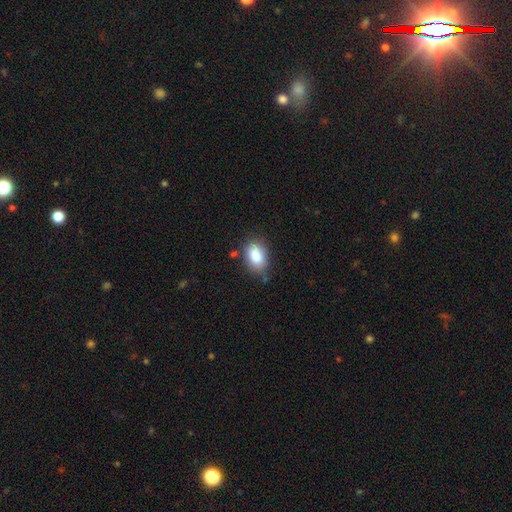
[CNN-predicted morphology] smooth 85%, star or artifact 8%, featured or disk 7%. Down the decision tree: how rounded — in between (88%); merging — none (74%).